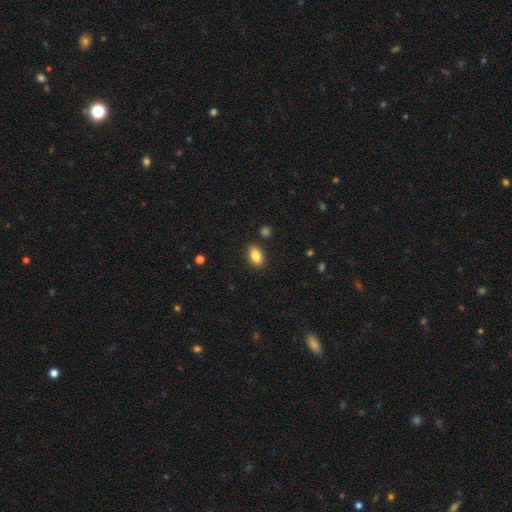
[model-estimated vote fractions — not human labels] Morphology: type=smooth (85%); roundness=in between (89%); merging=none (86%).